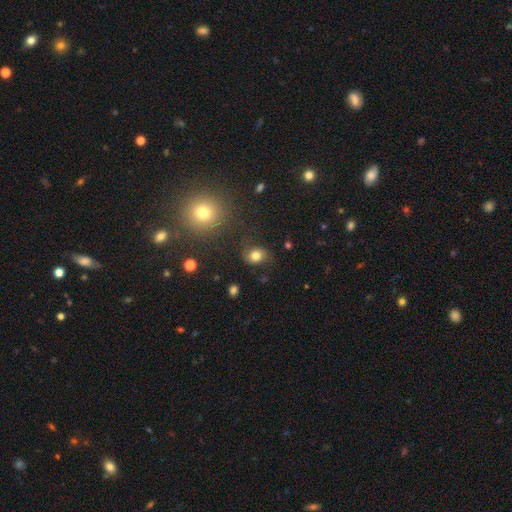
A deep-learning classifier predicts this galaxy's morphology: smooth-or-featured: smooth: 75% | star or artifact: 13% | featured or disk: 11%
  how-rounded: round: 53% | in between: 46% | cigar-shaped: 1%
  merging: none: 72% | minor disturbance: 17% | major disturbance: 8% | merger: 3%